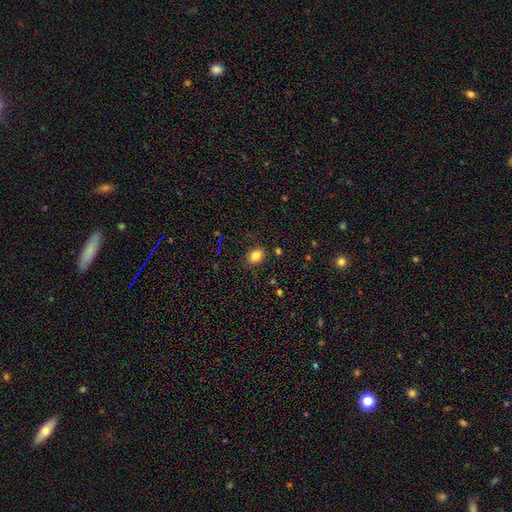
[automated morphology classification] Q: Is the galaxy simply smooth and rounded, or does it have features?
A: smooth — 83%.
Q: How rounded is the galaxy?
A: in between — 56%.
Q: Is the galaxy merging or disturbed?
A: none — 85%.